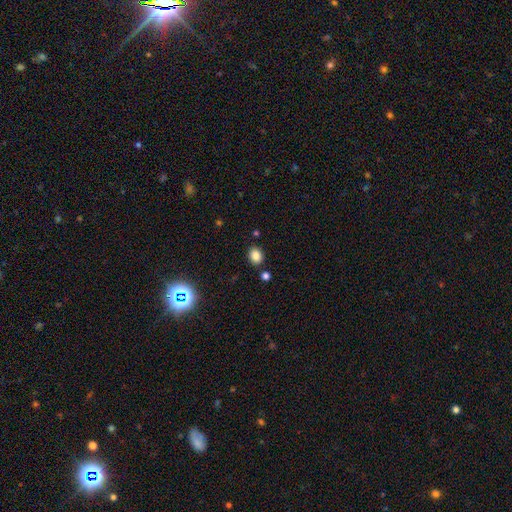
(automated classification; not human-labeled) Smooth or featured?
  - smooth: 84% *
  - star or artifact: 12%
  - featured or disk: 5%
How rounded?
  - in between: 53% *
  - round: 46%
  - cigar-shaped: 1%
Merging?
  - none: 84% *
  - minor disturbance: 9%
  - merger: 5%
  - major disturbance: 2%